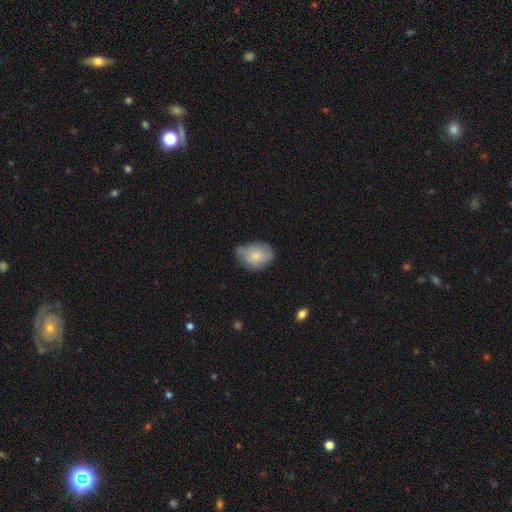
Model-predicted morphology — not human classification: Smooth or featured? Predicted: smooth (p=0.73). How rounded? Predicted: in between (p=0.68). Merging? Predicted: none (p=0.47).